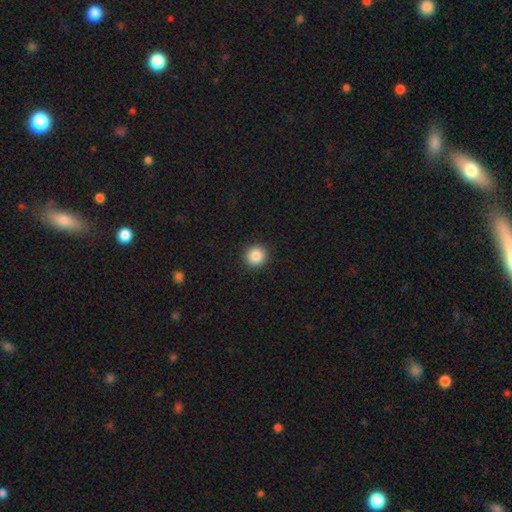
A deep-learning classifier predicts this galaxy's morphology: Overall: smooth (86%). How rounded: round (94%). Merging: none (93%).